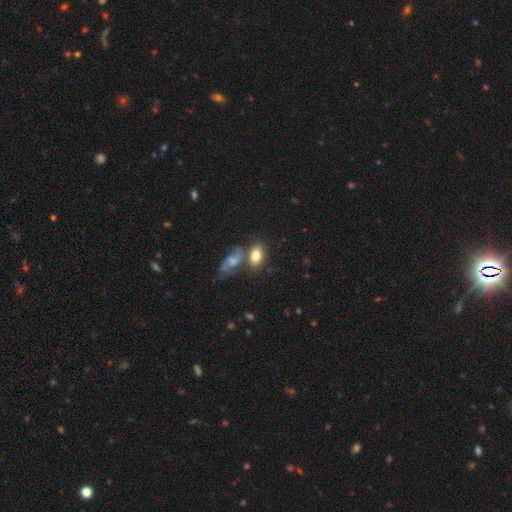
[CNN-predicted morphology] Q: Smooth or featured?
A: smooth (78%); runner-up: featured or disk (13%)
Q: How rounded?
A: in between (85%); runner-up: round (12%)
Q: Merging?
A: none (53%); runner-up: merger (28%)